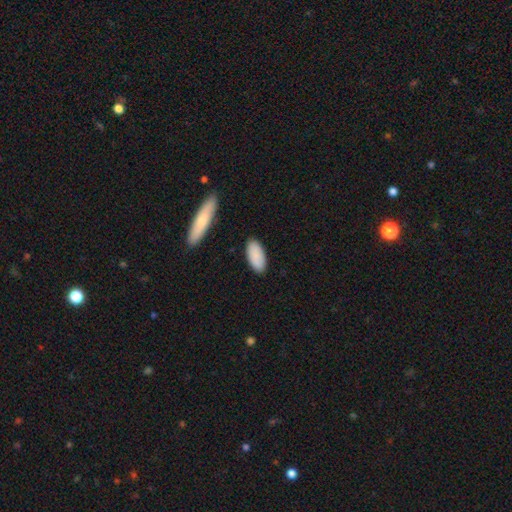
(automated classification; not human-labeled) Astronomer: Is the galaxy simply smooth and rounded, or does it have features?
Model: smooth — 88%.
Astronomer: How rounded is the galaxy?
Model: in between — 90%.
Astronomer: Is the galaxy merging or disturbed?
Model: none — 87%.